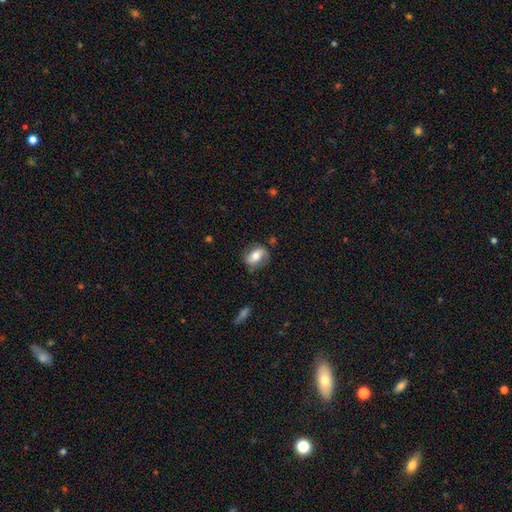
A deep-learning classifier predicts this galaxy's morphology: smooth 53%, featured or disk 39%, star or artifact 7%. Down the decision tree: how rounded — in between (73%); merging — none (70%).